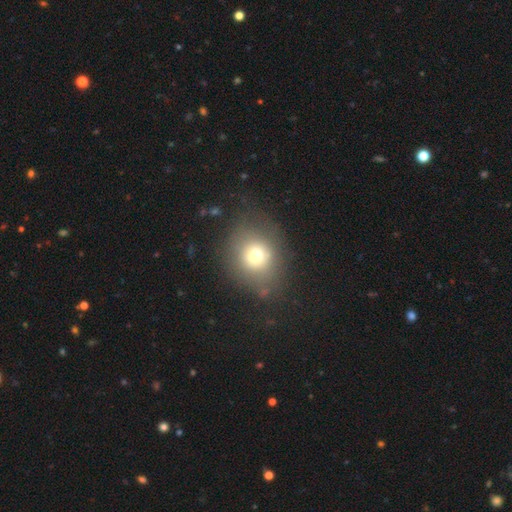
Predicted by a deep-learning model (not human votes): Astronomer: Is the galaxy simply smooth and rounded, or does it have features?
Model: smooth — 70%.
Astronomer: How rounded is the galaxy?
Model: round — 73%.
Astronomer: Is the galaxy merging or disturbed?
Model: none — 70%.